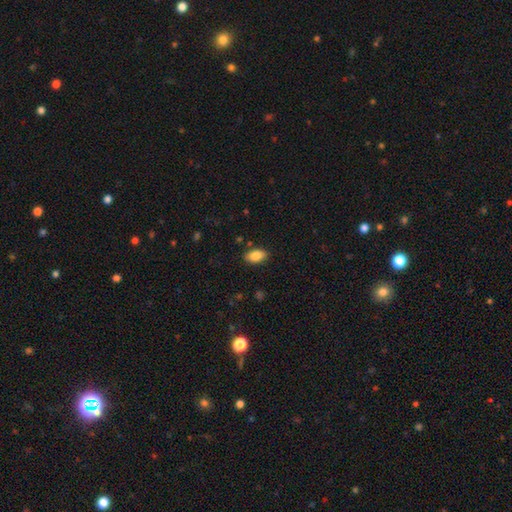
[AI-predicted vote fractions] Q: Smooth or featured?
A: smooth (86%); runner-up: star or artifact (7%)
Q: How rounded?
A: in between (92%); runner-up: round (4%)
Q: Merging?
A: none (85%); runner-up: minor disturbance (11%)